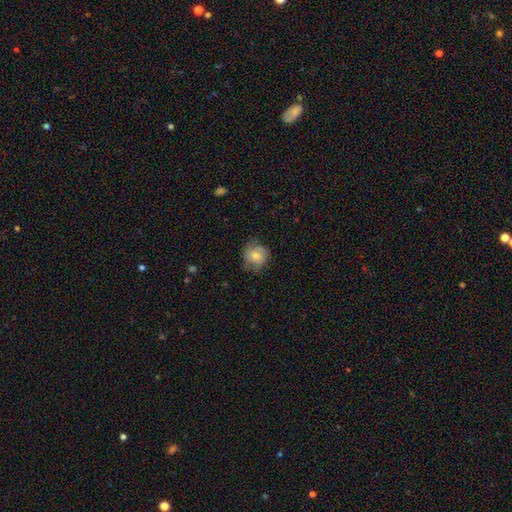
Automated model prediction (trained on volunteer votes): Overall: smooth (56%; featured or disk 35%). How rounded: round (84%). Merging: none (69%).